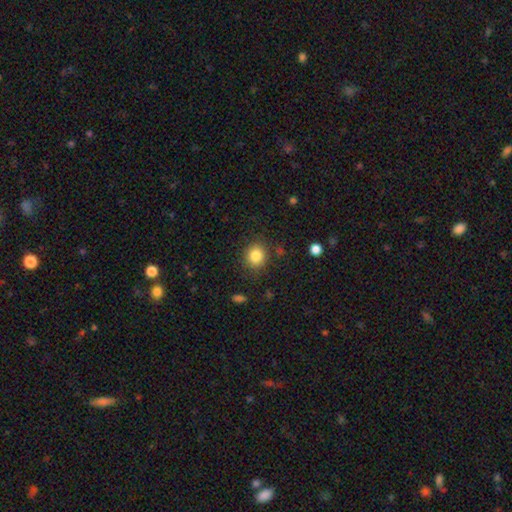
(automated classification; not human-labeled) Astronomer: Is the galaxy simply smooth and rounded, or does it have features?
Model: smooth — 84%.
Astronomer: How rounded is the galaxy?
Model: round — 83%.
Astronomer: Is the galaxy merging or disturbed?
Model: none — 85%.